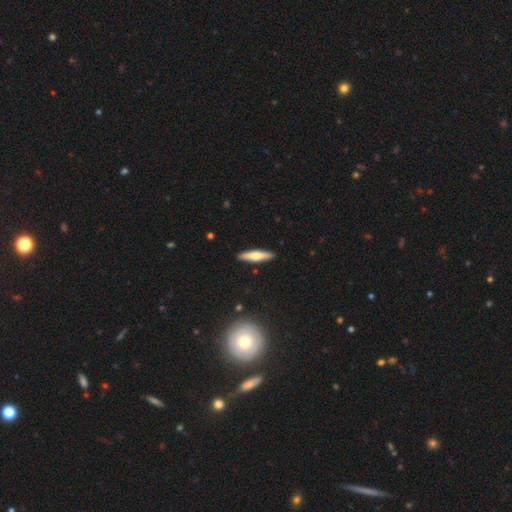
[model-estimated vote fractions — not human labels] A smooth galaxy with no disk features (51%) that is cigar-shaped (81%). Merging: none (90%).